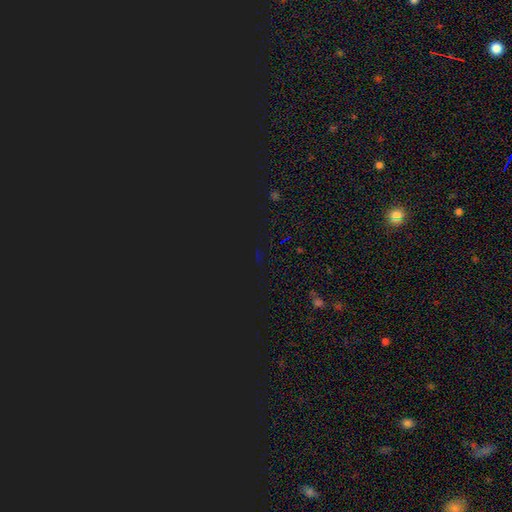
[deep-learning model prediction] Morphology: type=star or artifact (80%).